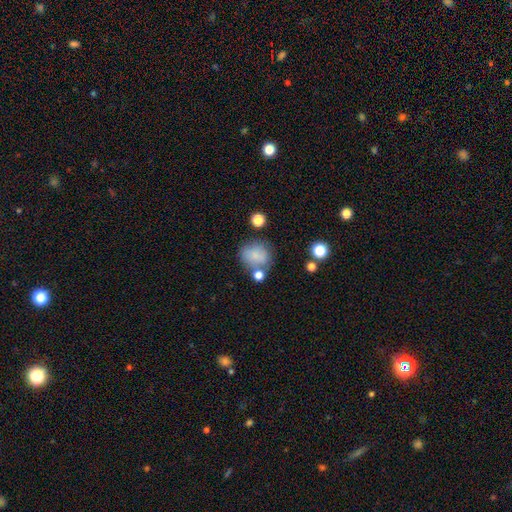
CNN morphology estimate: smooth 79%, featured or disk 11%, star or artifact 10%. Down the decision tree: how rounded — round (75%); merging — none (59%).